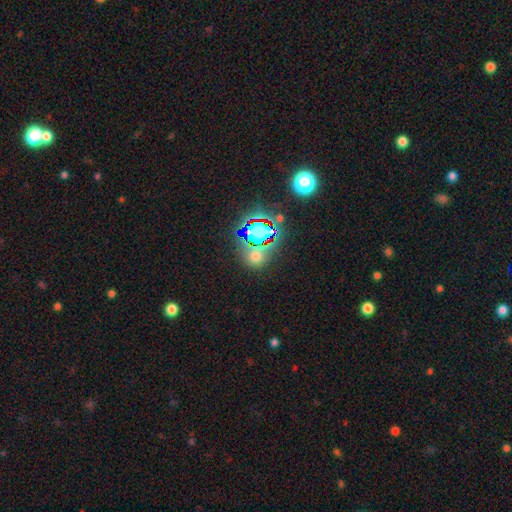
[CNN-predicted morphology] smooth 46%, star or artifact 45%, featured or disk 9%. Down the decision tree: merging — none (68%).